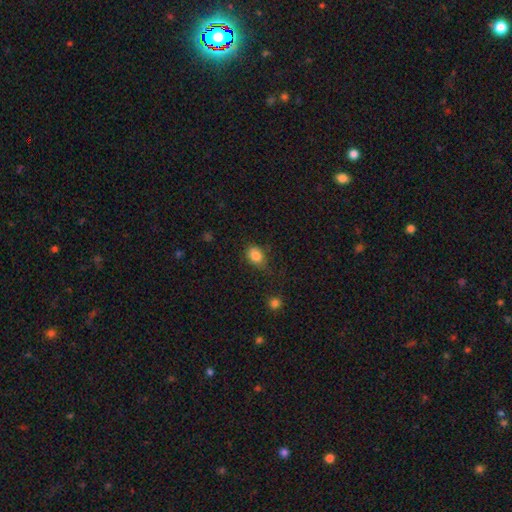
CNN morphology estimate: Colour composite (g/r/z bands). It shows a smooth galaxy with no disk features (85%) that is in between round and cigar-shaped (73%). Merging: none (66%).